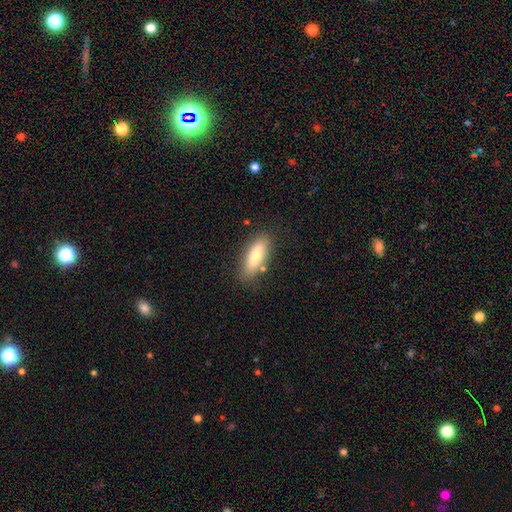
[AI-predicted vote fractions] Q: Smooth or featured?
A: smooth (73%); runner-up: featured or disk (20%)
Q: How rounded?
A: in between (61%); runner-up: cigar-shaped (37%)
Q: Merging?
A: none (81%); runner-up: minor disturbance (12%)